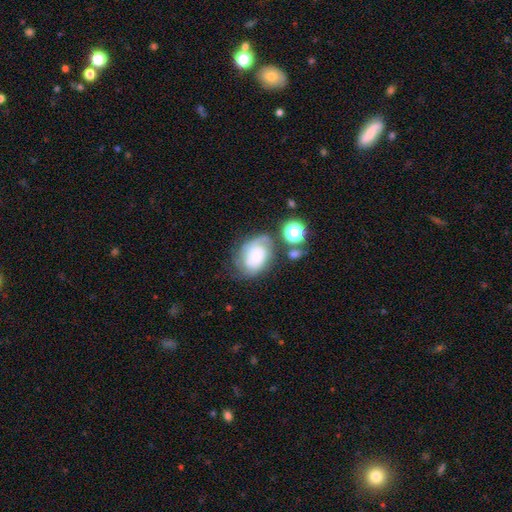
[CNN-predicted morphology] This is possibly a featured or disk galaxy (49%). Merging: marginally none (42%).